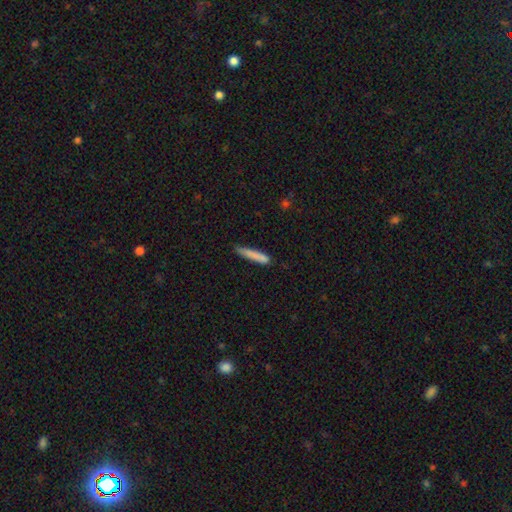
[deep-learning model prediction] smooth-or-featured: smooth: 81% | featured or disk: 12% | star or artifact: 6%
  how-rounded: cigar-shaped: 93% | in between: 6% | round: 1%
  merging: none: 75% | minor disturbance: 19% | major disturbance: 3% | merger: 2%